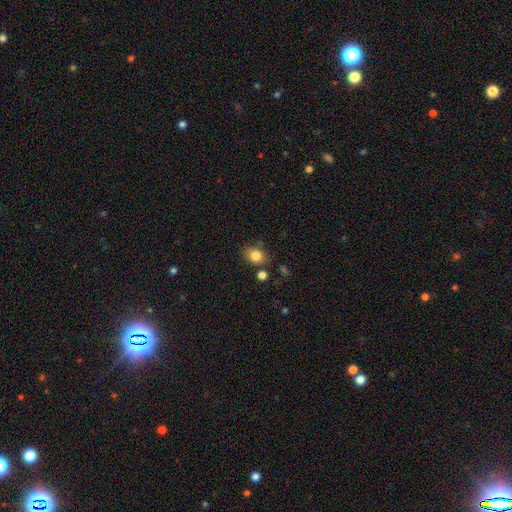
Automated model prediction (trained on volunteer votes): The model was most divided on "how rounded": in between: 56%, round: 43%, cigar-shaped: 1%. More confident: smooth or featured — smooth (82%); merging — none (73%).